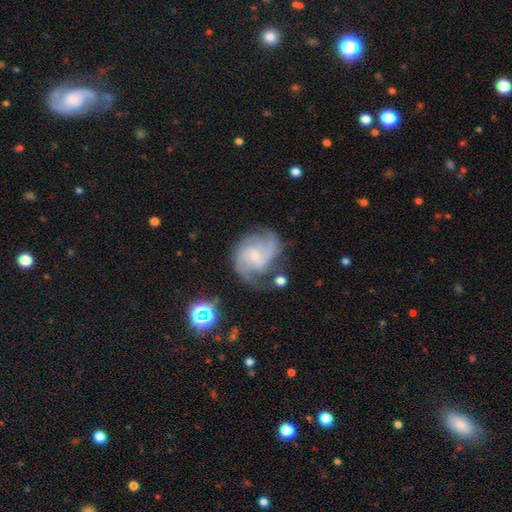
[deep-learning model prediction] Overall: featured or disk (84%). Edge-on disk: no (98%). Bar: no (56%; weak 38%). Spiral arms: yes (96%). Spiral arm count: 2 (43%; 3 24%). Spiral winding: medium (49%; tight 32%). Bulge size: small (71%). Merging: none (60%; minor disturbance 21%).